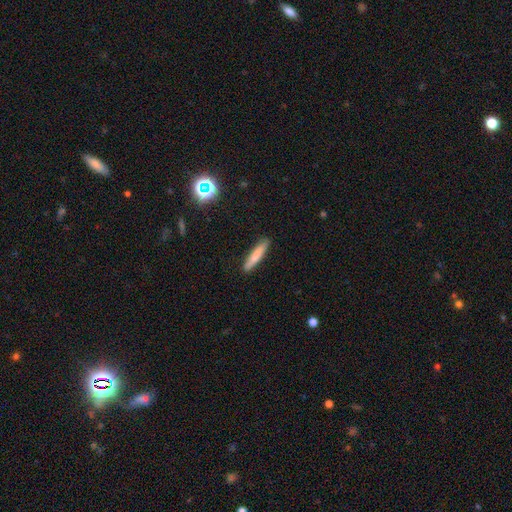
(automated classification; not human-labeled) Overall: smooth (79%). How rounded: cigar-shaped (90%). Merging: none (89%).